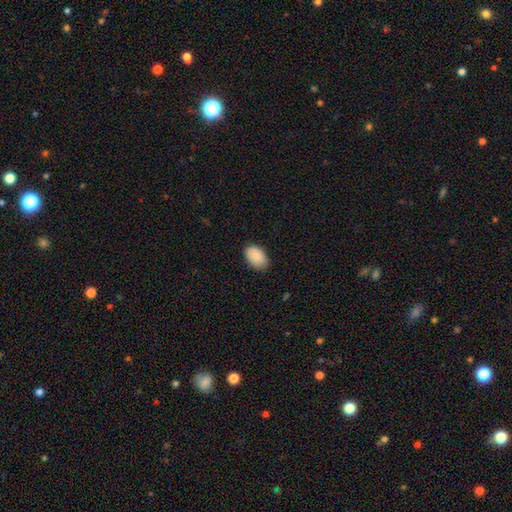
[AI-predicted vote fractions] Morphology: type=smooth (90%); roundness=in between (90%); merging=none (83%).